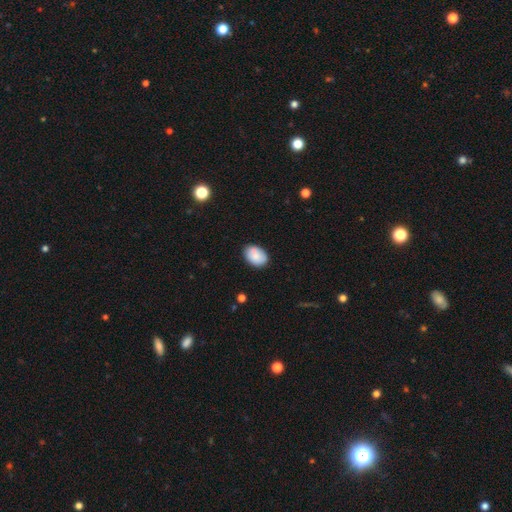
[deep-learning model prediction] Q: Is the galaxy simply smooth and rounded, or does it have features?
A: smooth — 85%.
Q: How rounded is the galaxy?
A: in between — 82%.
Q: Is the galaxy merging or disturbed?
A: none — 81%.